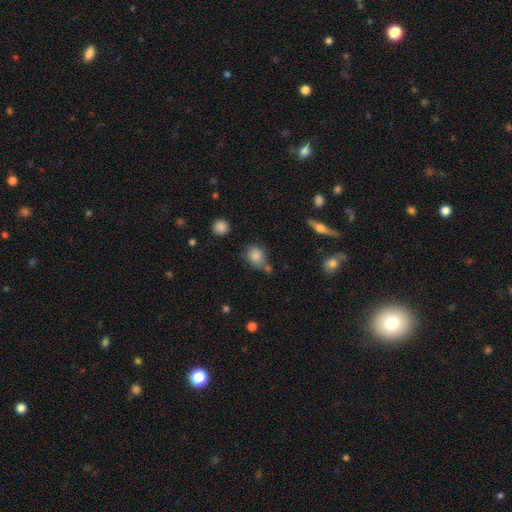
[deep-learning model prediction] This appears to be a smooth galaxy with no disk features (82%) that is in between round and cigar-shaped (49%, tied with round). Merging: none (55%).